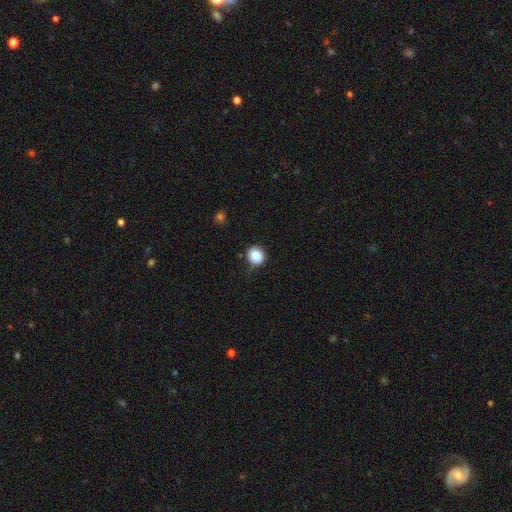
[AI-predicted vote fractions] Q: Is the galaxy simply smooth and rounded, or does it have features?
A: smooth — 86%.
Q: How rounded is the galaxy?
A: round — 84%.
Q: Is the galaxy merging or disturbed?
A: none — 70%.